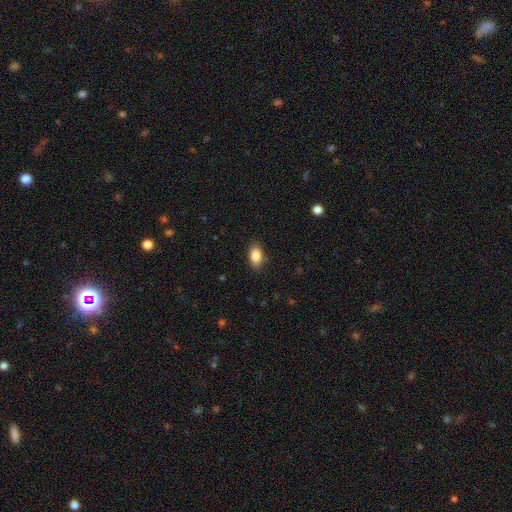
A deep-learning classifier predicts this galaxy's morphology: type=smooth (87%); roundness=in between (91%); merging=none (87%).